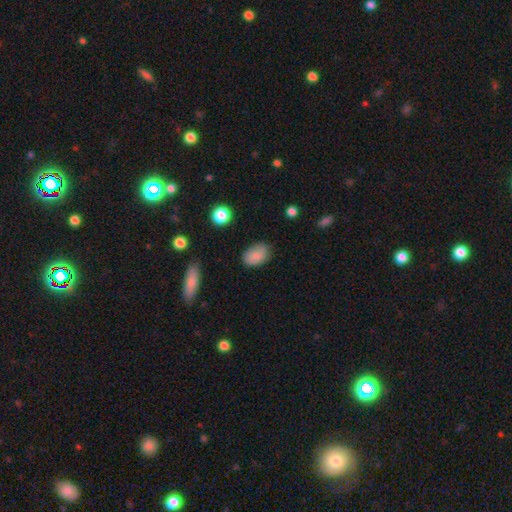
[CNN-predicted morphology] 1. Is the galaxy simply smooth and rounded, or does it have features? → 84% smooth, 8% featured or disk, 8% star or artifact.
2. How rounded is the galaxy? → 86% in between, 13% round, 1% cigar-shaped.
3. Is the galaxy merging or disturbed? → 78% none, 17% minor disturbance, 4% major disturbance, 2% merger.